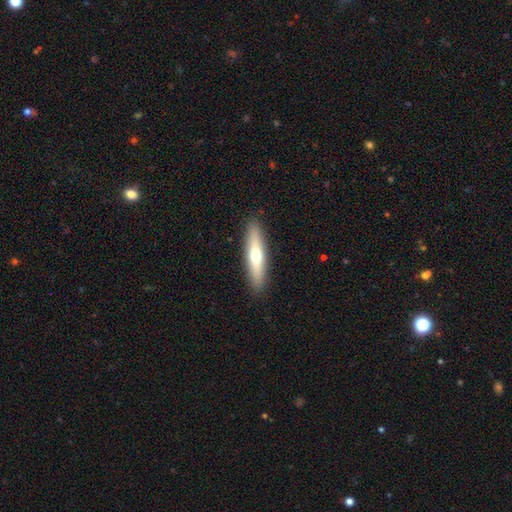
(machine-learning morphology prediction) Smooth or featured? smooth (57%)
How rounded? cigar-shaped (81%)
Merging? none (91%)